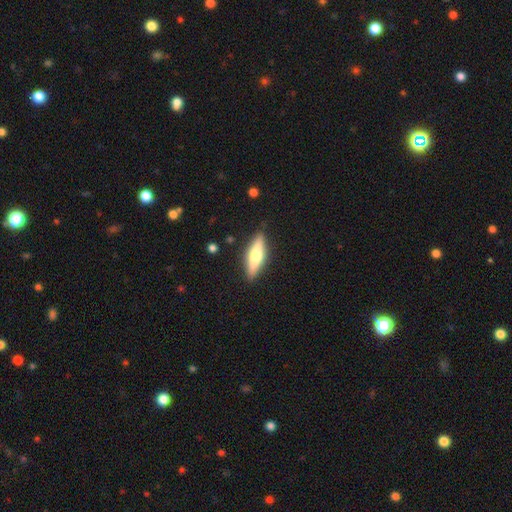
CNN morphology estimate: A featured or disk galaxy (49%). Merging: none (88%).